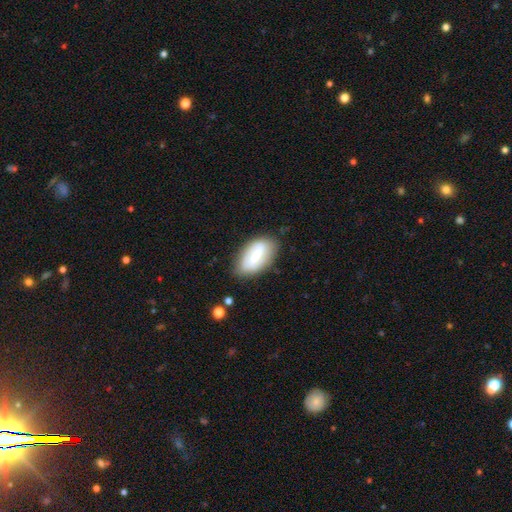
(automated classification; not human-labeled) The model was most divided on "smooth or featured": featured or disk: 53%, smooth: 40%, star or artifact: 6%. More confident: edge-on disk — no (92%); merging — none (77%).